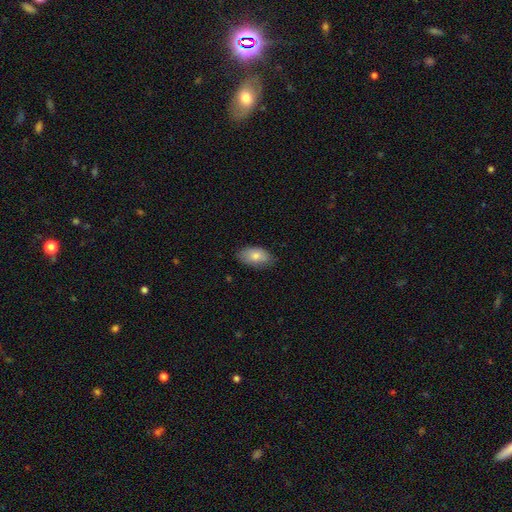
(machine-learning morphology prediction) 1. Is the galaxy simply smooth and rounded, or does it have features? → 80% smooth, 14% featured or disk, 6% star or artifact.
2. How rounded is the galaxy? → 93% in between, 5% round, 2% cigar-shaped.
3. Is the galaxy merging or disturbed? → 78% none, 18% minor disturbance, 3% major disturbance, 1% merger.